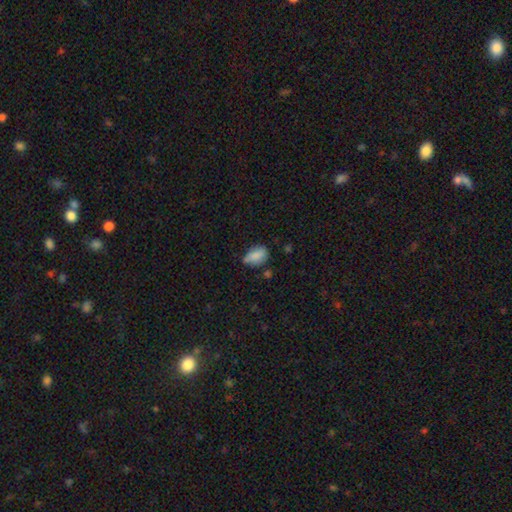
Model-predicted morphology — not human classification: This is clearly a smooth galaxy (81%). How rounded: likely in between (79%). Merging: possibly none (55%).